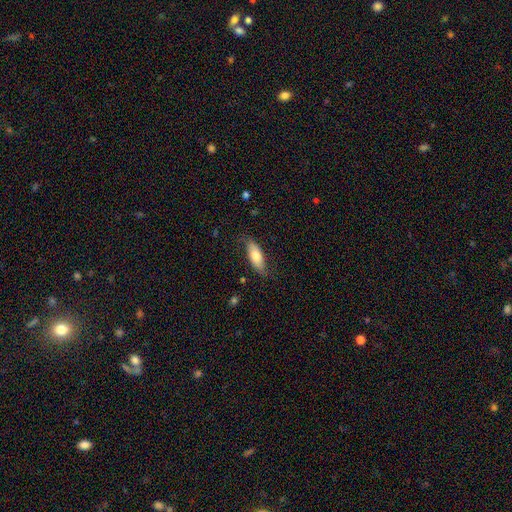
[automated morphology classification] type=smooth (66%); roundness=in between (75%); merging=none (72%).